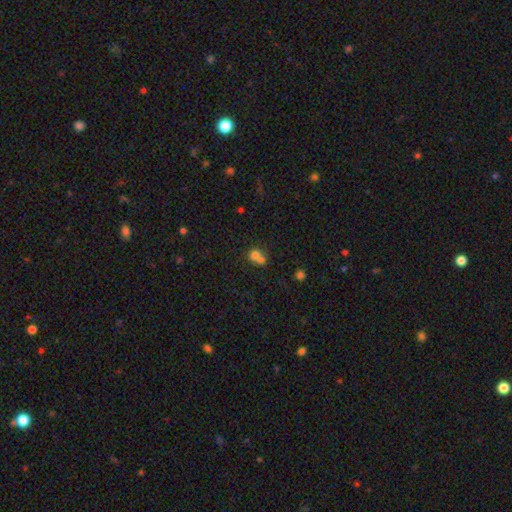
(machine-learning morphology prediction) A smooth galaxy with no disk features (72%) that is round (74%). Merging: merger (61%).